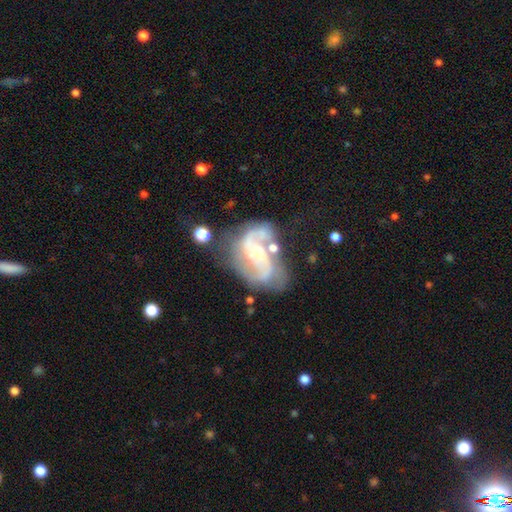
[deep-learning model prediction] This is clearly a featured or disk galaxy (84%). It is clearly not viewed edge-on (97%). Bar: possibly no (50%). Spiral arm pattern: clearly yes (93%). Spiral arm count: likely 2 (76%). Spiral winding: possibly medium (48%). Central bulge: possibly small (58%). Merging: marginally none (45%).